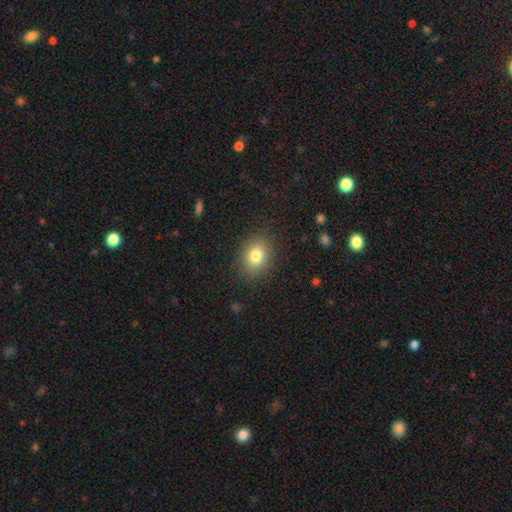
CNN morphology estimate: type=smooth (80%); roundness=in between (57%); merging=none (85%).